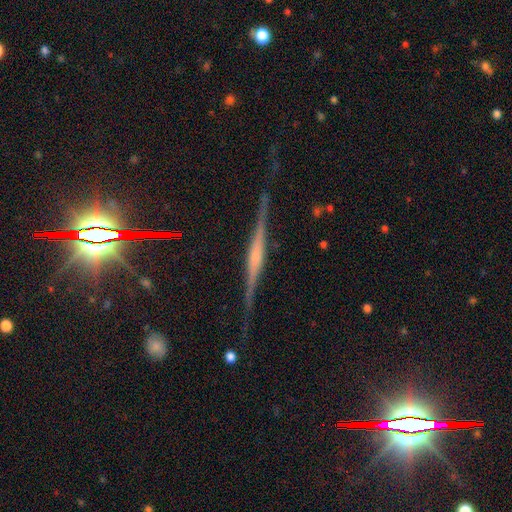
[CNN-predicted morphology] Smooth or featured? featured or disk (83%)
Edge-on disk? yes (98%)
Edge-on bulge? rounded (54%)
Merging? none (85%)